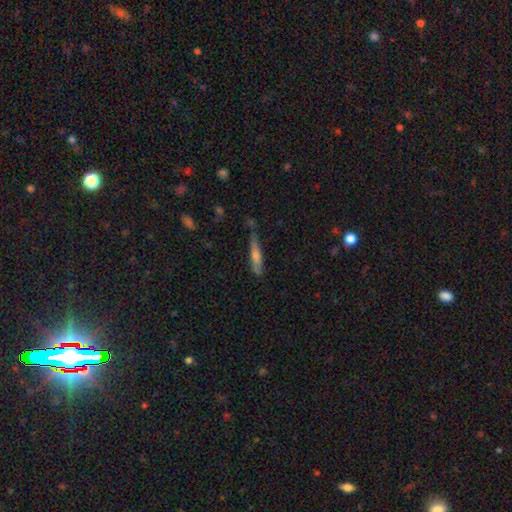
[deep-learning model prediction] smooth_or_featured: smooth (p=0.55) [alt: featured or disk p=0.37]
how_rounded: cigar-shaped (p=0.88) [alt: in between p=0.10]
merging: none (p=0.65) [alt: minor disturbance p=0.25]